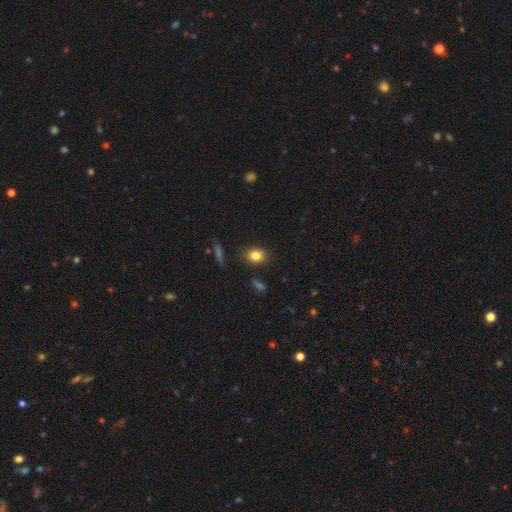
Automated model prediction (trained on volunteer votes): The model was most divided on "how rounded": in between: 59%, round: 39%, cigar-shaped: 2%. More confident: merging — none (84%); smooth or featured — smooth (83%).